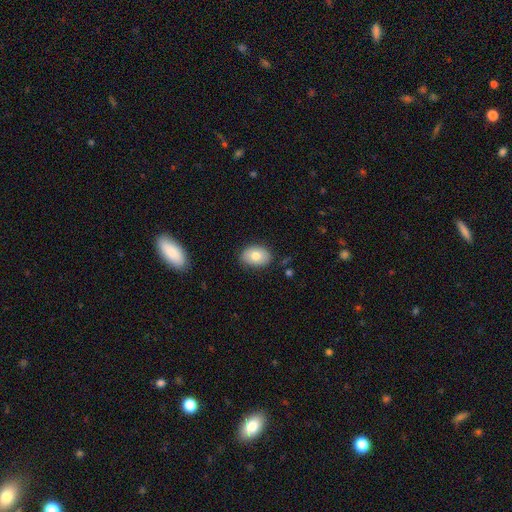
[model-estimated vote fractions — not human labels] Morphology: type=smooth (77%); roundness=in between (81%); merging=none (82%).